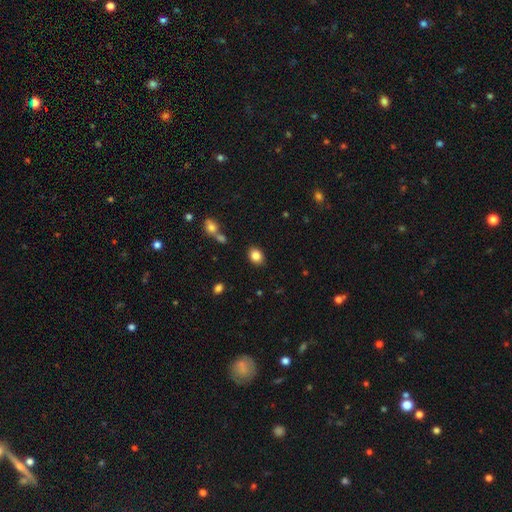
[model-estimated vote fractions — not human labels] This is clearly a smooth galaxy (84%). How rounded: possibly in between (59%). Merging: clearly none (85%).